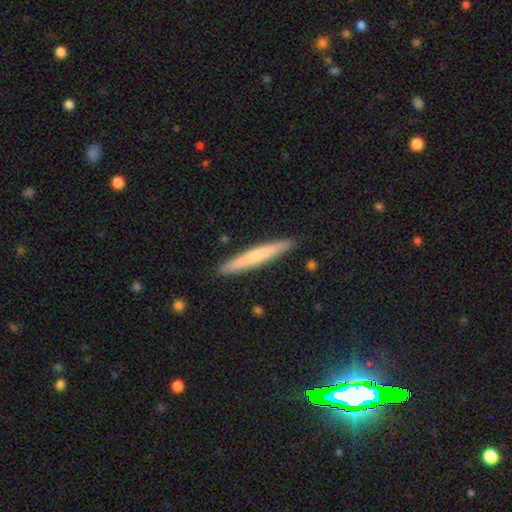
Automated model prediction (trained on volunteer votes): Overall: smooth (63%; featured or disk 32%). How rounded: cigar-shaped (96%). Merging: none (91%).